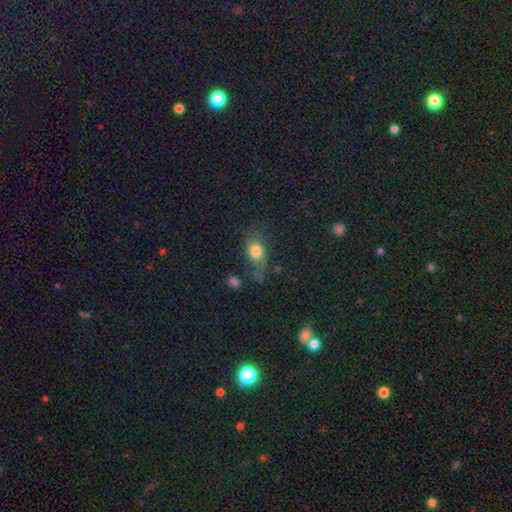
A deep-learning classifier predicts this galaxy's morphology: Smooth or featured? smooth (68%)
How rounded? in between (61%)
Merging? none (58%)